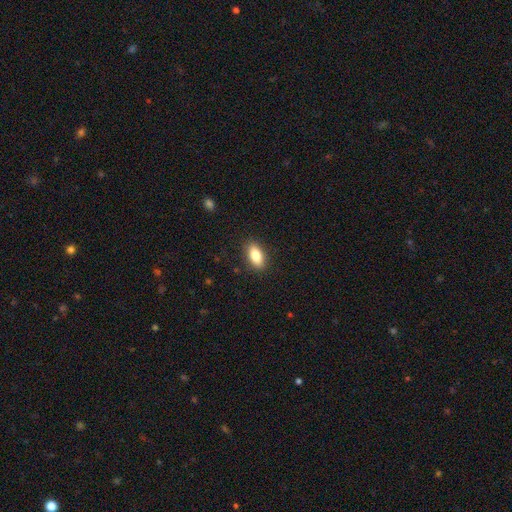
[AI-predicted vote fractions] This is clearly a smooth galaxy (82%). How rounded: clearly in between (86%). Merging: clearly none (88%).